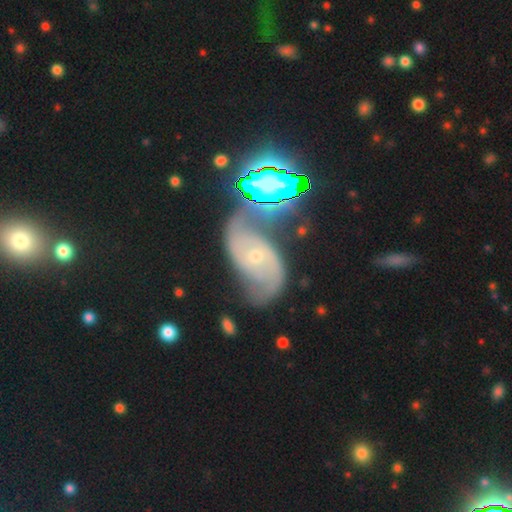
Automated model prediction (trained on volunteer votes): Overall: featured or disk (76%). Edge-on disk: no (96%). Bar: no (61%; weak 29%). Spiral arms: yes (93%). Spiral arm count: 2 (75%). Spiral winding: medium (42%; tight 31%). Bulge size: small (67%; moderate 29%). Merging: none (51%; minor disturbance 22%).